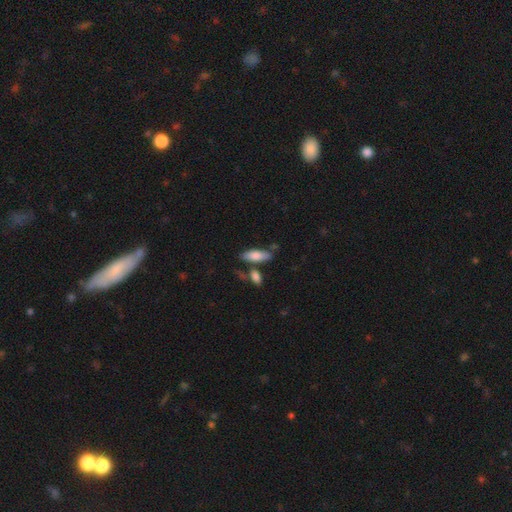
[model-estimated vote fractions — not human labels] Smooth or featured? smooth (78%)
How rounded? in between (63%)
Merging? none (68%)